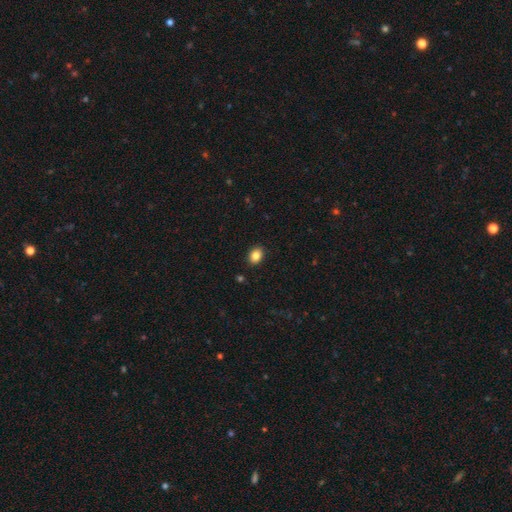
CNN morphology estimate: A smooth galaxy with no disk features (85%) that is in between round and cigar-shaped (69%).

Vote fractions:
- Smooth or featured? smooth: 85% / star or artifact: 9% / featured or disk: 5%
- How rounded? in between: 69% / round: 30% / cigar-shaped: 1%
- Merging? none: 90% / minor disturbance: 7% / major disturbance: 2% / merger: 1%